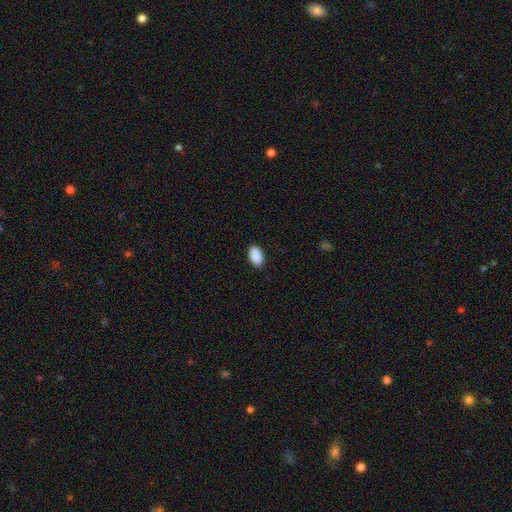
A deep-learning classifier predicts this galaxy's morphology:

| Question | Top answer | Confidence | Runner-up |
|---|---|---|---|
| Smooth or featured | smooth | 91% | star or artifact (7%) |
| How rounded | in between | 93% | round (5%) |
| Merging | none | 89% | minor disturbance (8%) |